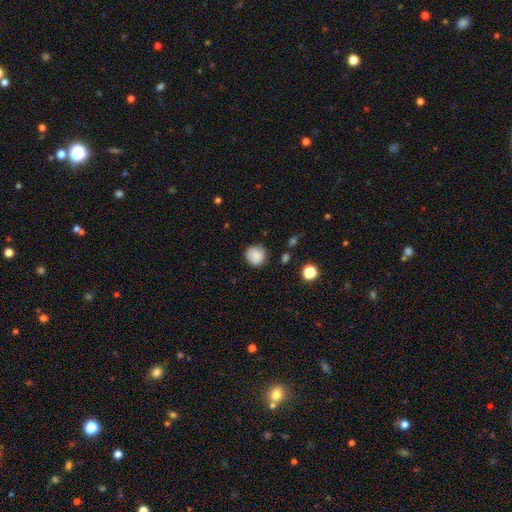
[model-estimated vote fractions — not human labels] This appears to be a smooth galaxy with no disk features (85%) that is round (90%). Merging: none (79%).